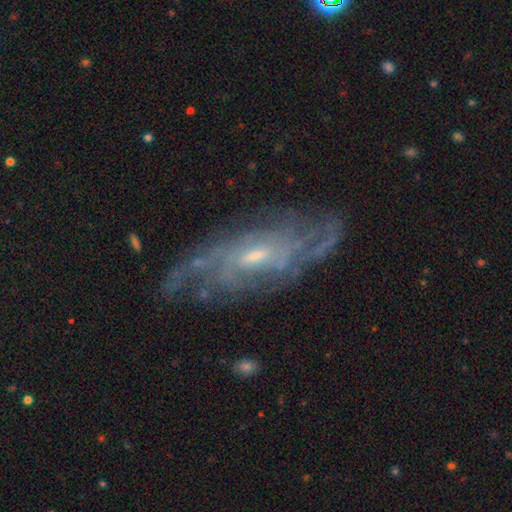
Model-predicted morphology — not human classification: A featured or disk galaxy (85%) with no bar (52%), tight (51%) spiral arms (93%) and a small central bulge (61%).

Vote fractions:
- Smooth or featured? featured or disk: 85% / smooth: 8% / star or artifact: 8%
- Edge-on disk? no: 88% / yes: 12%
- Bar? no: 52% / weak: 39% / strong: 9%
- Spiral arms? yes: 93% / no: 7%
- Spiral winding? tight: 51% / medium: 36% / loose: 14%
- Spiral arm count? can't tell: 44% / 2: 16% / 4: 13% / 3: 12% / more than 4: 8% / 1: 6%
- Bulge size? small: 61% / moderate: 34% / none: 2% / large: 1% / dominant: 1%
- Merging? none: 75% / minor disturbance: 16% / major disturbance: 7% / merger: 2%